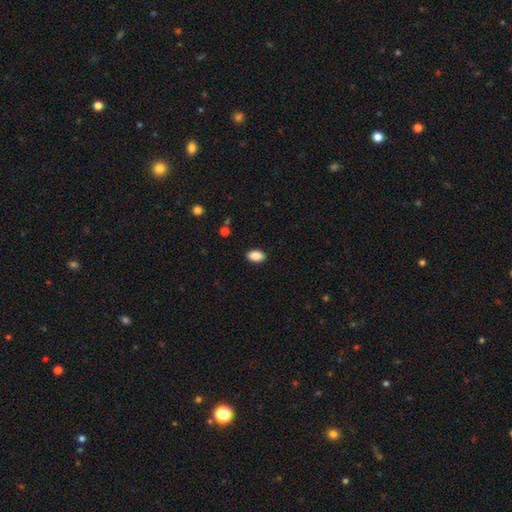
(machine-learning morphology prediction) This appears to be a smooth galaxy with no disk features (89%) that is in between round and cigar-shaped (89%). Merging: none (90%).